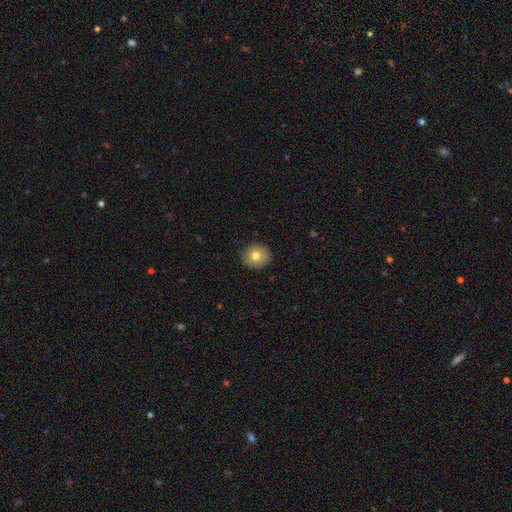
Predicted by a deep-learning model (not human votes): smooth_or_featured: smooth (p=0.77) [alt: featured or disk p=0.14]
how_rounded: round (p=0.87) [alt: in between p=0.12]
merging: none (p=0.90) [alt: minor disturbance p=0.08]